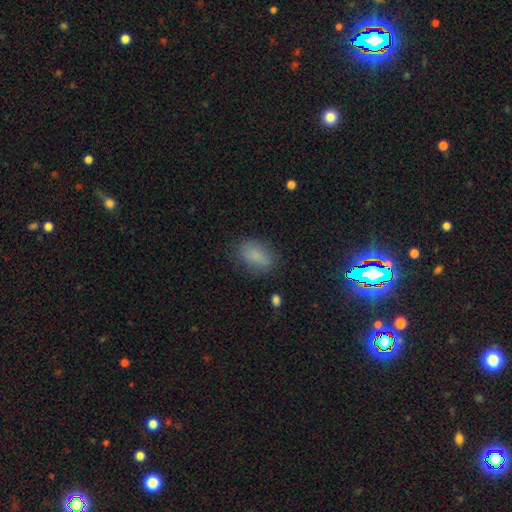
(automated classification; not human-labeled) This appears to be a smooth galaxy with no disk features (83%) that is in between round and cigar-shaped (88%). Merging: none (79%).